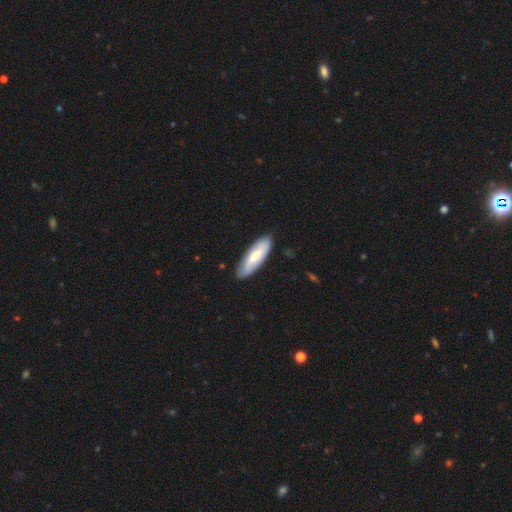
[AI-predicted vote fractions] smooth_or_featured: smooth (p=0.55) [alt: featured or disk p=0.40]
how_rounded: in between (p=0.61) [alt: cigar-shaped p=0.37]
merging: none (p=0.85) [alt: minor disturbance p=0.11]